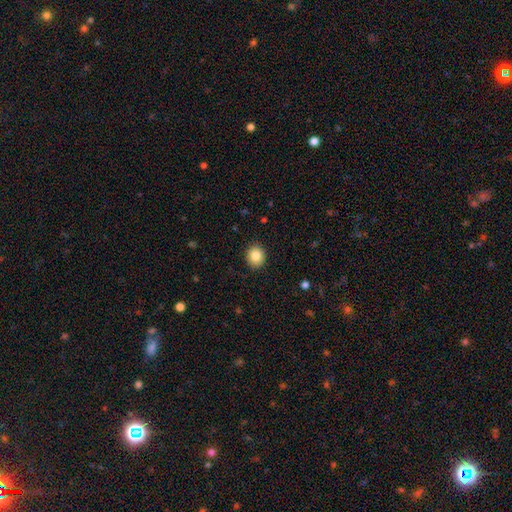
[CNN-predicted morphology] Q: Smooth or featured?
A: smooth (84%); runner-up: star or artifact (9%)
Q: How rounded?
A: round (74%); runner-up: in between (25%)
Q: Merging?
A: none (90%); runner-up: minor disturbance (7%)